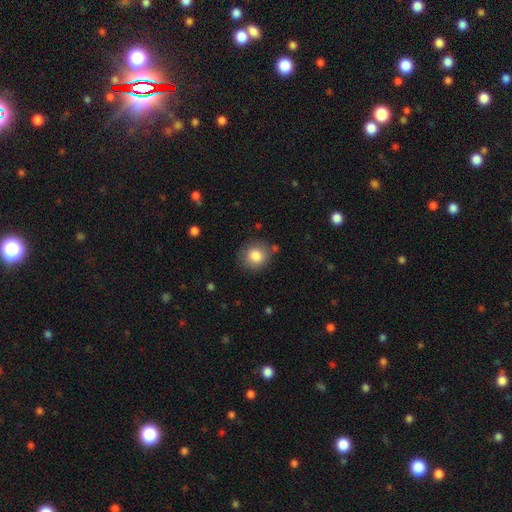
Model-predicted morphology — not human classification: Q: Smooth or featured?
A: smooth (84%); runner-up: star or artifact (9%)
Q: How rounded?
A: round (87%); runner-up: in between (12%)
Q: Merging?
A: none (83%); runner-up: minor disturbance (11%)